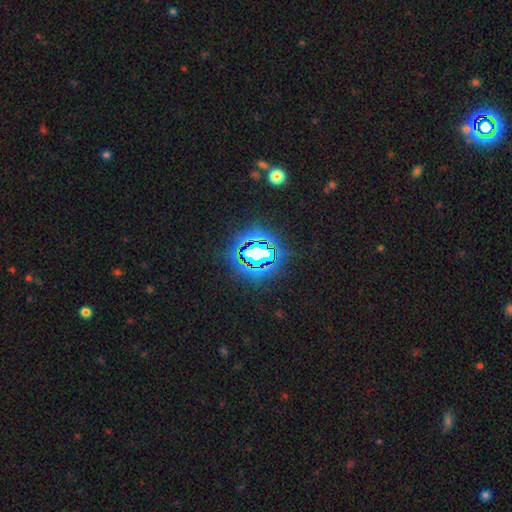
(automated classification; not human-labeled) Smooth or featured? Predicted: star or artifact (p=0.73).